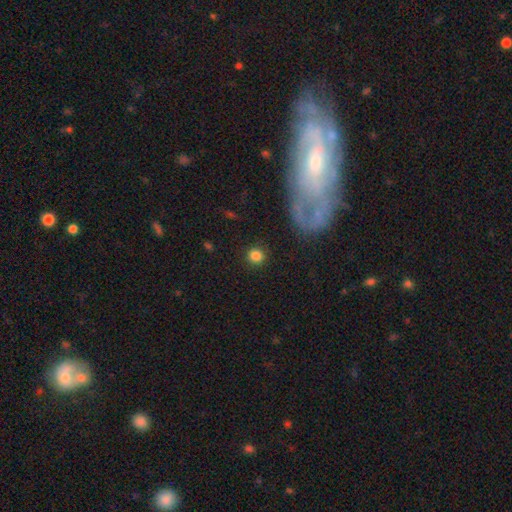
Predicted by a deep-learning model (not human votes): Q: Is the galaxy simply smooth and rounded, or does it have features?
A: smooth — 83%.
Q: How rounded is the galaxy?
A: round — 91%.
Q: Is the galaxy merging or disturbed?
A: none — 89%.